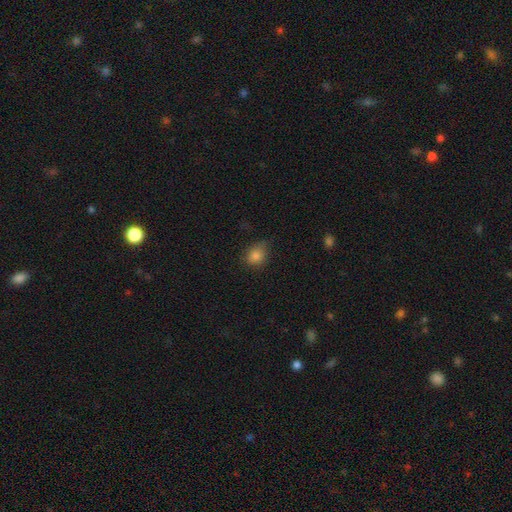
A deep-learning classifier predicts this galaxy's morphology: A smooth galaxy with no disk features (83%) that is round (51%). Merging: none (65%).